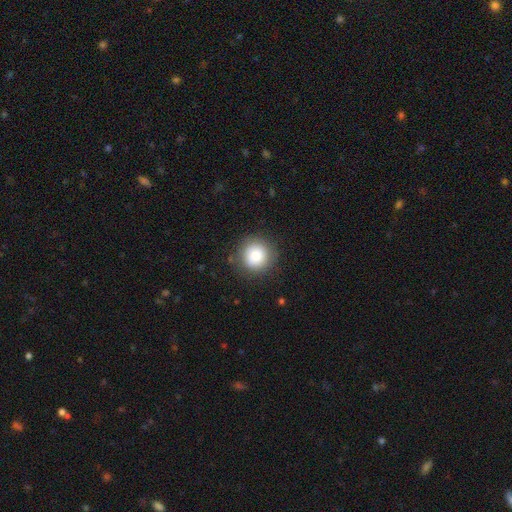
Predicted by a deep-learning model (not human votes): smooth 80%, featured or disk 10%, star or artifact 10%. Down the decision tree: how rounded — round (94%); merging — none (86%).